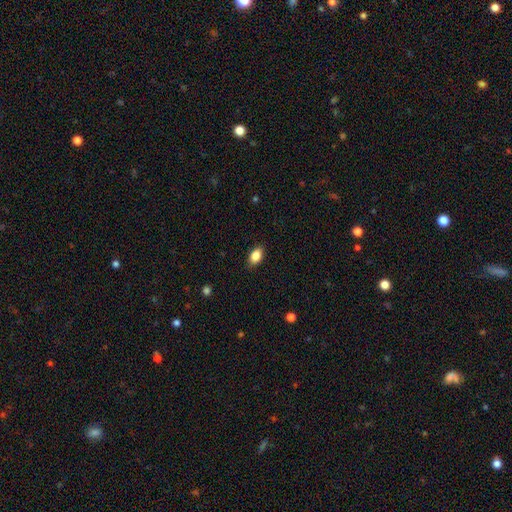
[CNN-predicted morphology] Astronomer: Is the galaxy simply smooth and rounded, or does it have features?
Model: smooth — 86%.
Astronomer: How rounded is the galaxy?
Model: in between — 87%.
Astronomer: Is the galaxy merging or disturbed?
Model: none — 87%.